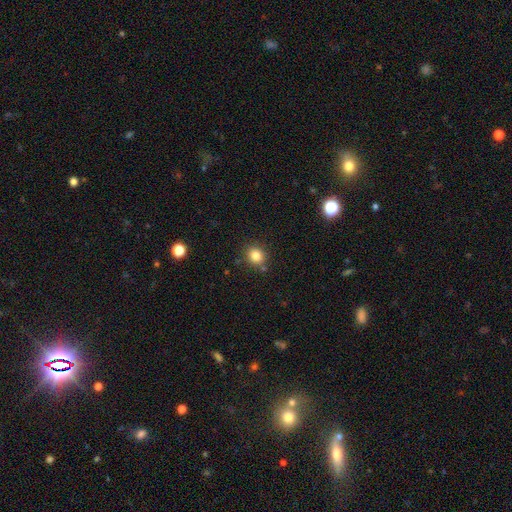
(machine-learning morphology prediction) Overall: smooth (83%). How rounded: round (78%). Merging: none (83%).